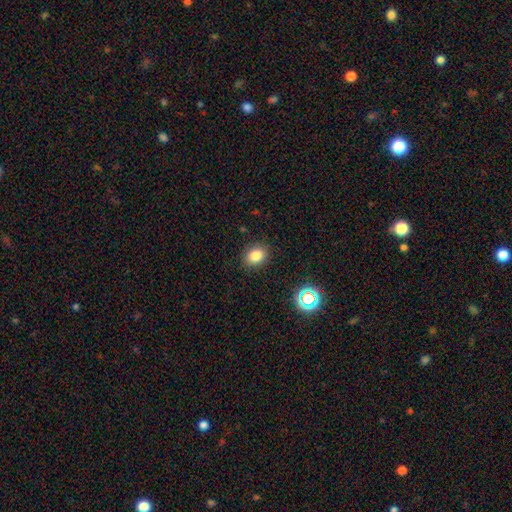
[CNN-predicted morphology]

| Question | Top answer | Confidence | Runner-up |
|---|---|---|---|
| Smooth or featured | smooth | 81% | star or artifact (13%) |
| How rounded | in between | 59% | round (40%) |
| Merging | none | 87% | minor disturbance (9%) |